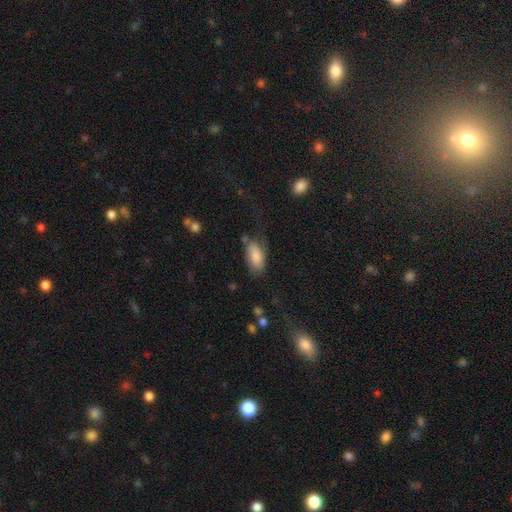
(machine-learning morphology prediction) type=smooth (82%); roundness=in between (89%); merging=none (58%).